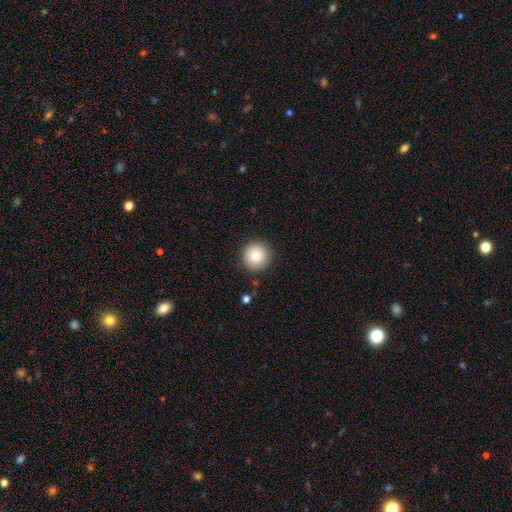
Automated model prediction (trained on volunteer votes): Q: Smooth or featured?
A: smooth (84%); runner-up: star or artifact (9%)
Q: How rounded?
A: round (95%); runner-up: in between (4%)
Q: Merging?
A: none (90%); runner-up: minor disturbance (6%)